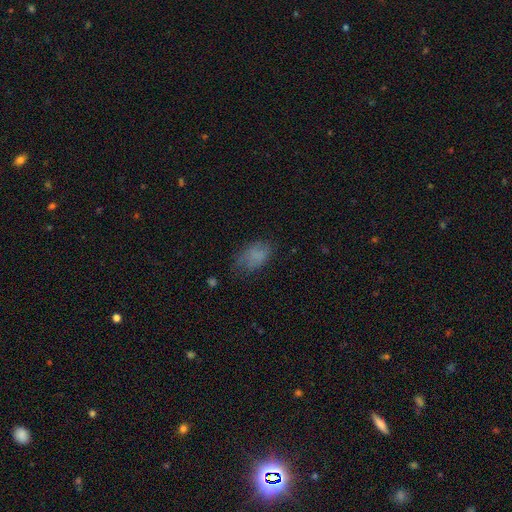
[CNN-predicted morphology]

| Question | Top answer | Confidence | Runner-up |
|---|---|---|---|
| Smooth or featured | smooth | 73% | featured or disk (15%) |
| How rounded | in between | 88% | round (10%) |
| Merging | none | 54% | minor disturbance (28%) |